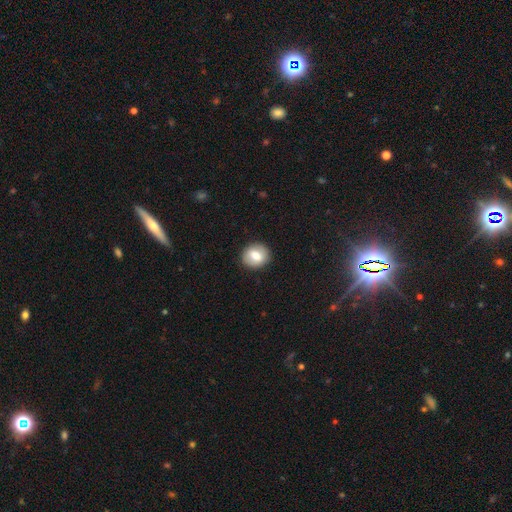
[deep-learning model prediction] Smooth or featured?
  - smooth: 72% *
  - featured or disk: 19%
  - star or artifact: 8%
How rounded?
  - round: 78% *
  - in between: 21%
  - cigar-shaped: 1%
Merging?
  - none: 89% *
  - minor disturbance: 7%
  - major disturbance: 2%
  - merger: 1%